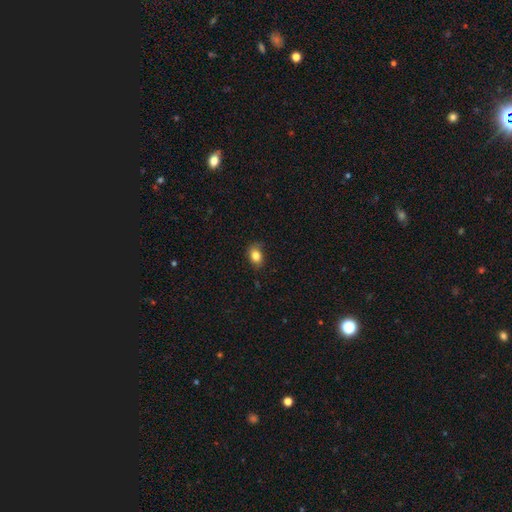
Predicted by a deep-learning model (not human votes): Smooth or featured: smooth — 82% (star or artifact — 9%)
How rounded: in between — 75% (round — 23%)
Merging: none — 73% (minor disturbance — 21%)